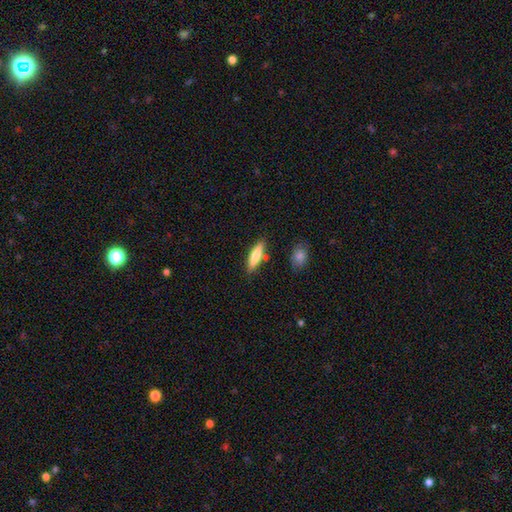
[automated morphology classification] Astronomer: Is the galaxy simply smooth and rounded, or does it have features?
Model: smooth — 74%.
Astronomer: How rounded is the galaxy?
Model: cigar-shaped — 67%.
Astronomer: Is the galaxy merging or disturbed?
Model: none — 80%.